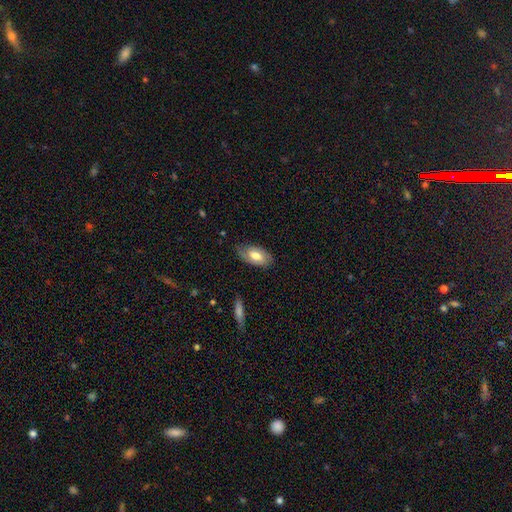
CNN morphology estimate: smooth 51%, featured or disk 42%, star or artifact 6%. Down the decision tree: how rounded — in between (92%); merging — none (79%).